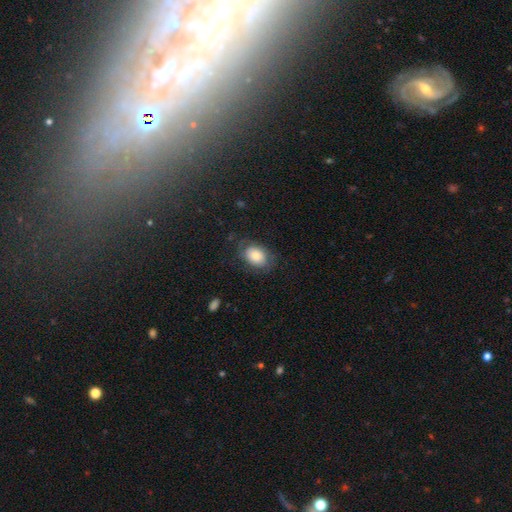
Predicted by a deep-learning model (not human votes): This appears to be a smooth galaxy with no disk features (75%) that is in between round and cigar-shaped (74%). Merging: none (69%).